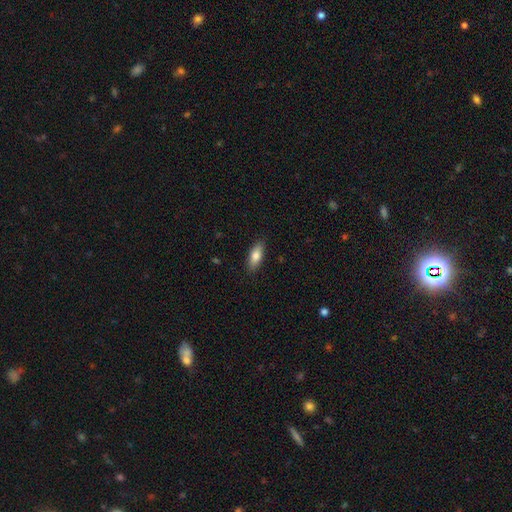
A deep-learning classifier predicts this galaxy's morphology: smooth_or_featured: smooth (p=0.81) [alt: featured or disk p=0.12]
how_rounded: in between (p=0.77) [alt: cigar-shaped p=0.21]
merging: none (p=0.88) [alt: minor disturbance p=0.09]